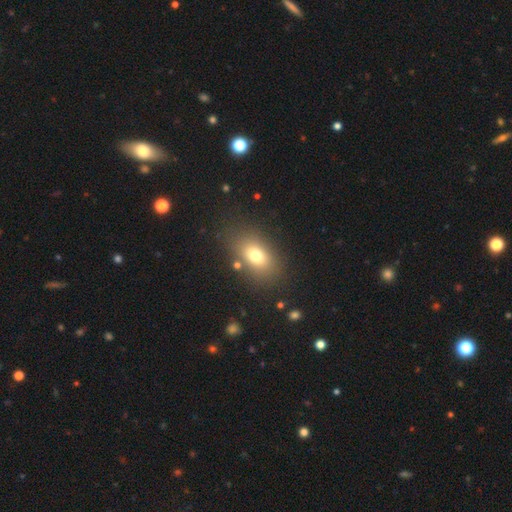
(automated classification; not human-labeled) The model was most divided on "smooth or featured": smooth: 74%, featured or disk: 14%, star or artifact: 12%. More confident: how rounded — in between (81%); merging — none (80%).